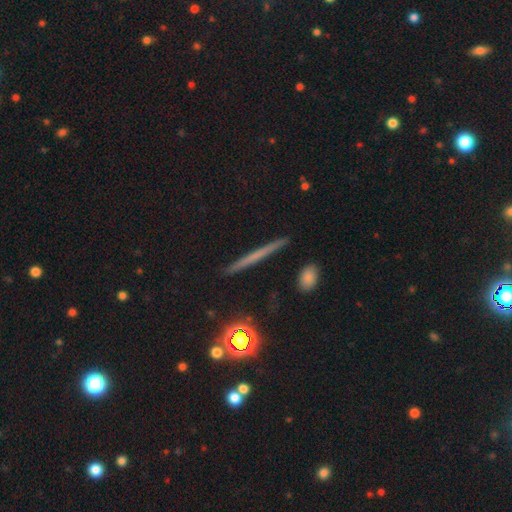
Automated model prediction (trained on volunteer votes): Q: Smooth or featured?
A: featured or disk (45%); runner-up: smooth (44%)
Q: Merging?
A: none (91%); runner-up: minor disturbance (6%)